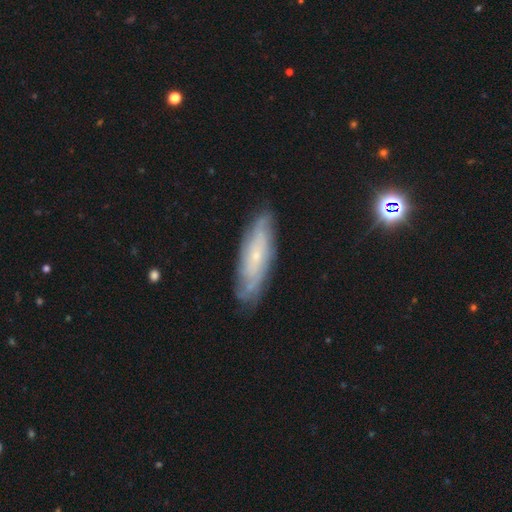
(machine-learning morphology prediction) A featured or disk galaxy (66%). Merging: none (79%).